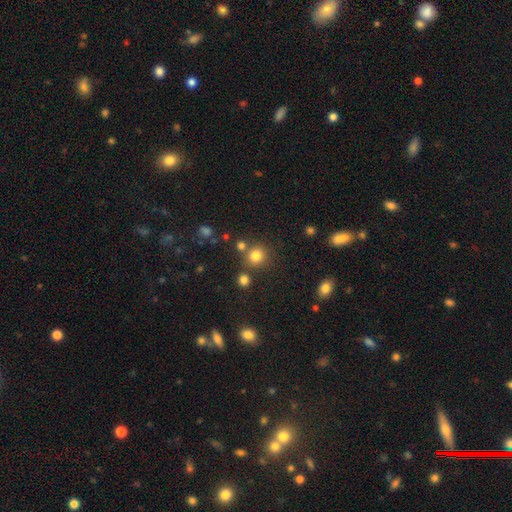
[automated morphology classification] A smooth galaxy with no disk features (79%) that is round (90%). Merging: none (76%).